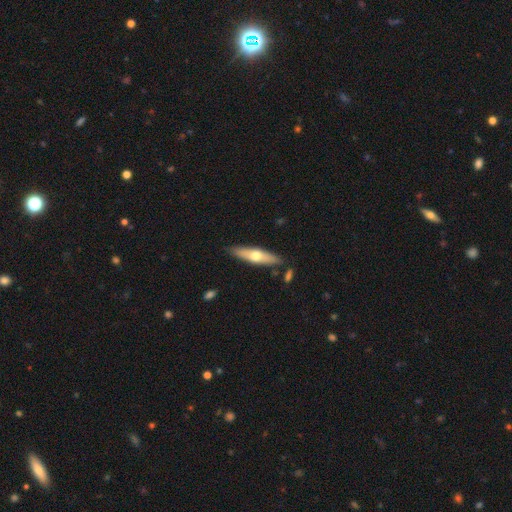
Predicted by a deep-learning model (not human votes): Smooth or featured: smooth — 48% (featured or disk — 47%)
Merging: none — 85% (minor disturbance — 10%)